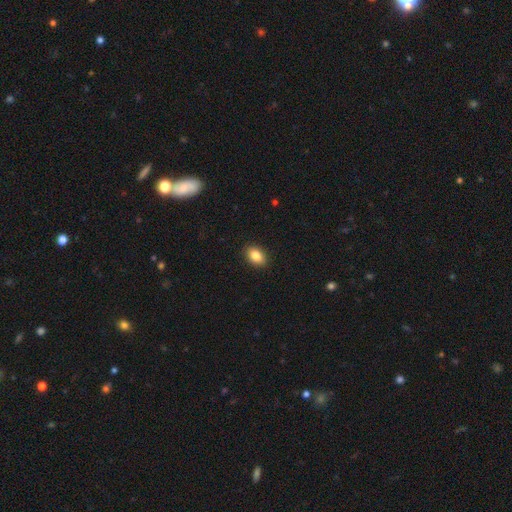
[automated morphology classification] Overall: smooth (86%). How rounded: in between (83%). Merging: none (90%).